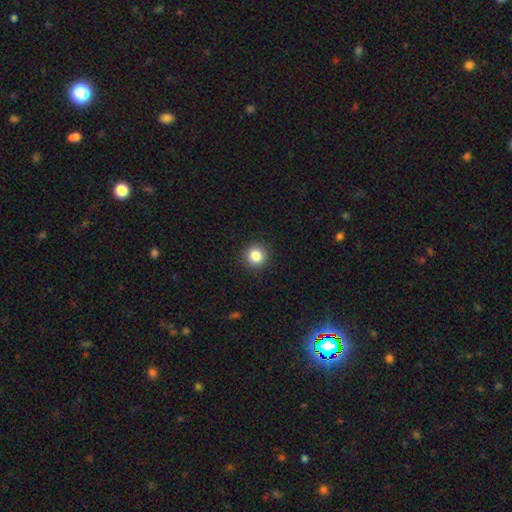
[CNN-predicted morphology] smooth_or_featured: smooth (p=0.84) [alt: star or artifact p=0.11]
how_rounded: round (p=0.93) [alt: in between p=0.06]
merging: none (p=0.92) [alt: minor disturbance p=0.06]